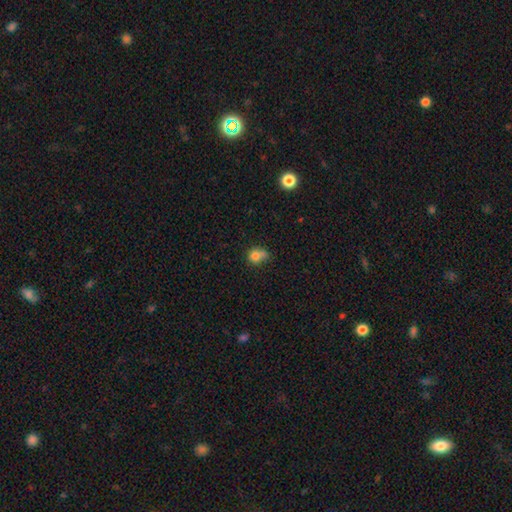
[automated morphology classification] The model was most divided on "merging": none: 37%, minor disturbance: 28%, merger: 23%, major disturbance: 12%. More confident: smooth or featured — smooth (77%); how rounded — round (64%).